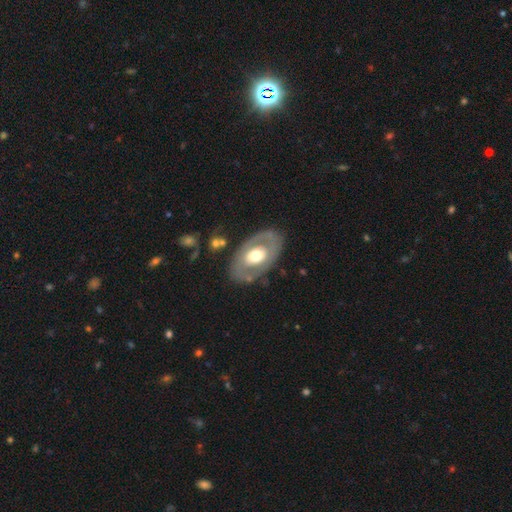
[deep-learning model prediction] The model was most divided on "smooth or featured": featured or disk: 60%, smooth: 36%, star or artifact: 5%. More confident: edge-on disk — no (91%); bar — no (79%); merging — none (78%); spiral arms — no (77%); bulge size — moderate (62%).